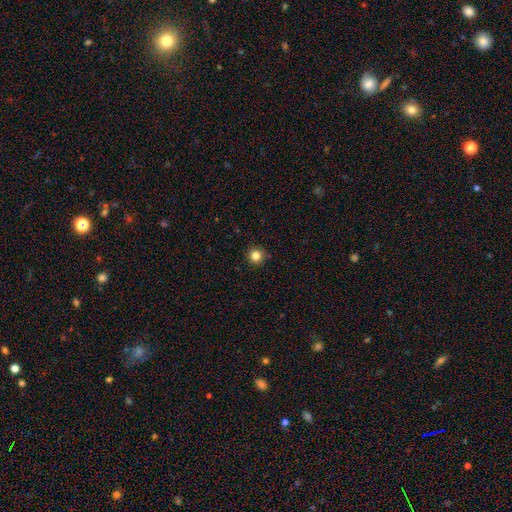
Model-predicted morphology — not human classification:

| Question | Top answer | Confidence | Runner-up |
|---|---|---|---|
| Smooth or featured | smooth | 83% | star or artifact (12%) |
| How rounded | round | 96% | in between (3%) |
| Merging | none | 92% | minor disturbance (5%) |